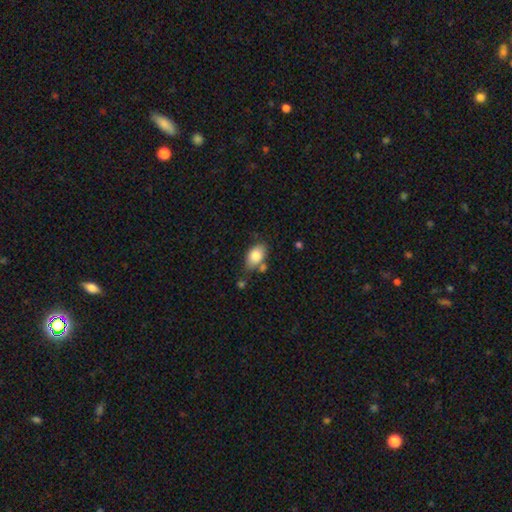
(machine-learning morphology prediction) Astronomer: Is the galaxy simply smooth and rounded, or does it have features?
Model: smooth — 81%.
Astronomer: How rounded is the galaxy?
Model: in between — 88%.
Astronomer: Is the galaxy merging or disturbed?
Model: none — 66%.